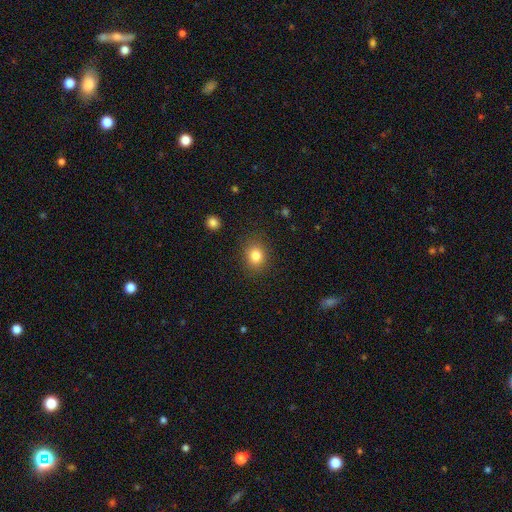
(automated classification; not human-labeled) Smooth or featured? Predicted: smooth (p=0.82). How rounded? Predicted: round (p=0.68). Merging? Predicted: none (p=0.86).